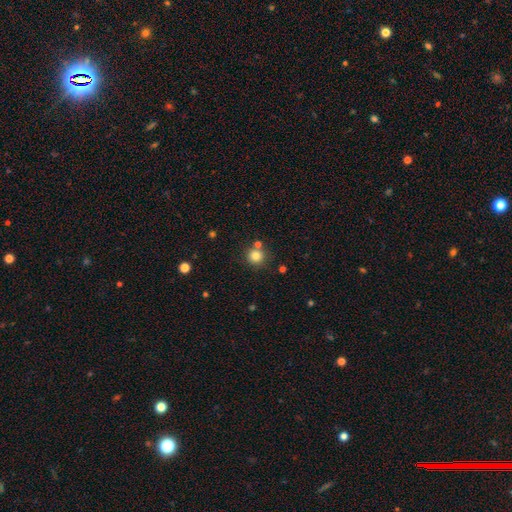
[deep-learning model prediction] Morphology: type=smooth (82%); roundness=round (93%); merging=none (75%).